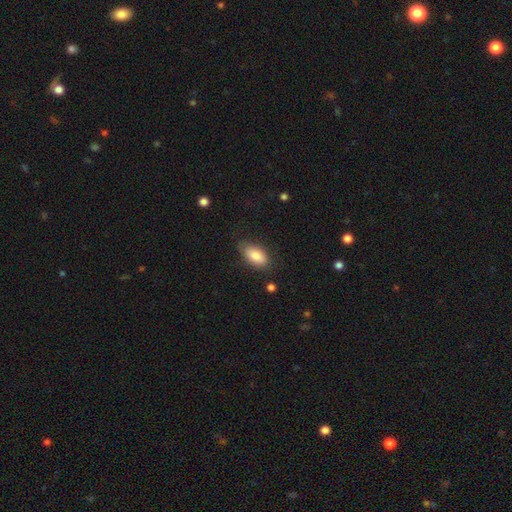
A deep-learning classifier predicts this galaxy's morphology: A smooth galaxy with no disk features (83%) that is in between round and cigar-shaped (90%).

Vote fractions:
- Smooth or featured? smooth: 83% / featured or disk: 10% / star or artifact: 7%
- How rounded? in between: 90% / cigar-shaped: 6% / round: 4%
- Merging? none: 75% / minor disturbance: 19% / major disturbance: 4% / merger: 2%